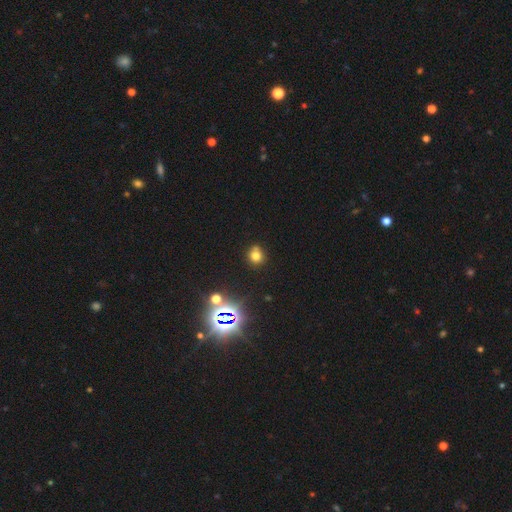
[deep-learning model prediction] Smooth or featured? Predicted: smooth (p=0.70). How rounded? Predicted: round (p=0.82). Merging? Predicted: none (p=0.73).